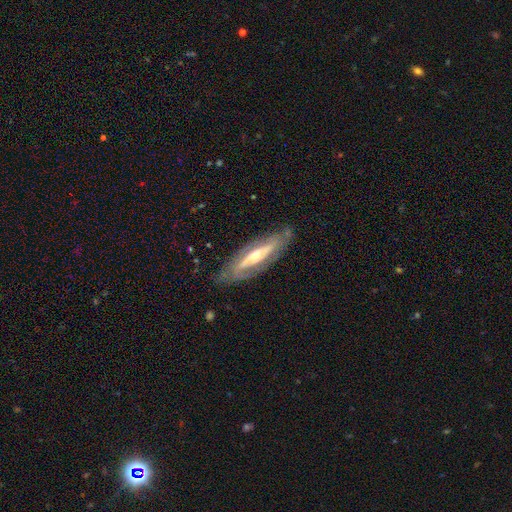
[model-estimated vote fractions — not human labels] smooth-or-featured: featured or disk: 79% | smooth: 15% | star or artifact: 5%
  disk-edge-on: no: 73% | yes: 27%
    bar: no: 40% | strong: 37% | weak: 24%
    has-spiral-arms: yes: 75% | no: 25%
    bulge-size: moderate: 52% | small: 43% | large: 4% | dominant: 1% | none: 1%
  merging: none: 77% | minor disturbance: 15% | major disturbance: 6% | merger: 1%